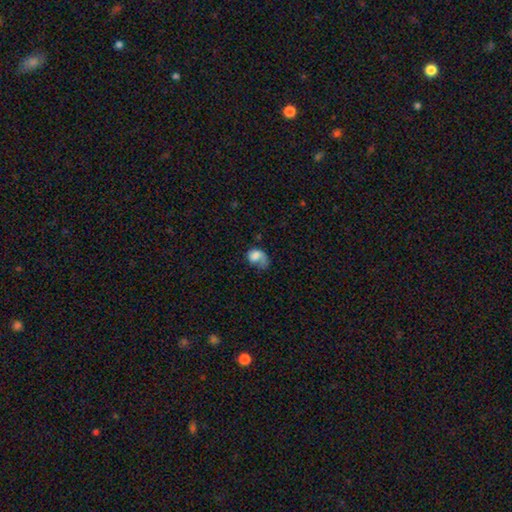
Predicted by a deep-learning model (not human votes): smooth-or-featured: smooth: 63% | featured or disk: 28% | star or artifact: 9%
  how-rounded: in between: 65% | round: 34% | cigar-shaped: 1%
  merging: major disturbance: 46% | none: 26% | minor disturbance: 24% | merger: 4%